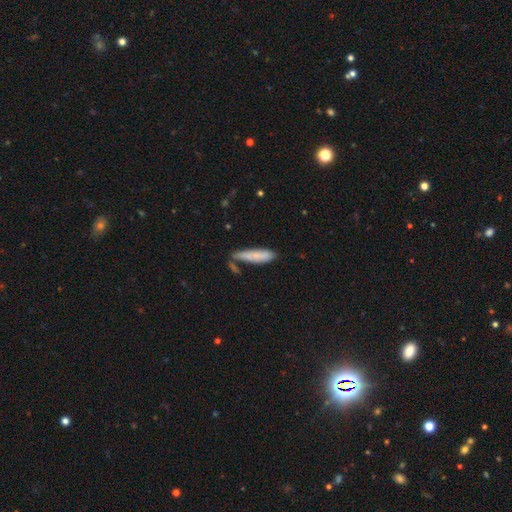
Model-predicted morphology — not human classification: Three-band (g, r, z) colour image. It shows a smooth galaxy with no disk features (74%) that is cigar-shaped (74%). Merging: none (58%).